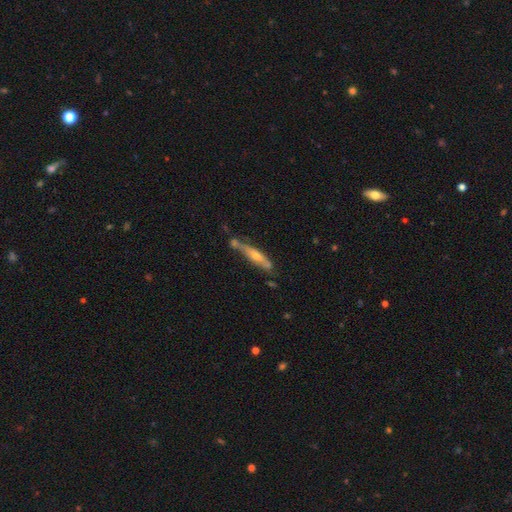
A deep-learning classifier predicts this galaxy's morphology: smooth-or-featured: featured or disk: 58% | smooth: 34% | star or artifact: 8%
  disk-edge-on: yes: 79% | no: 21%
  merging: none: 51% | minor disturbance: 22% | merger: 20% | major disturbance: 8%